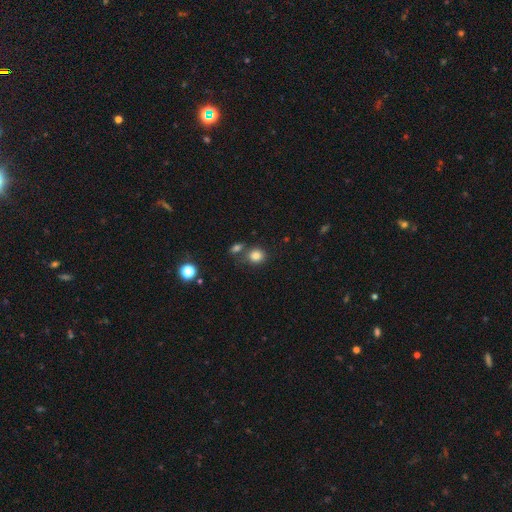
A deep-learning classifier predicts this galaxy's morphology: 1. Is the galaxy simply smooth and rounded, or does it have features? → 82% smooth, 11% star or artifact, 6% featured or disk.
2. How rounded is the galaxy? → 76% round, 23% in between, 1% cigar-shaped.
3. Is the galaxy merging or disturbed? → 66% none, 19% merger, 12% minor disturbance, 4% major disturbance.